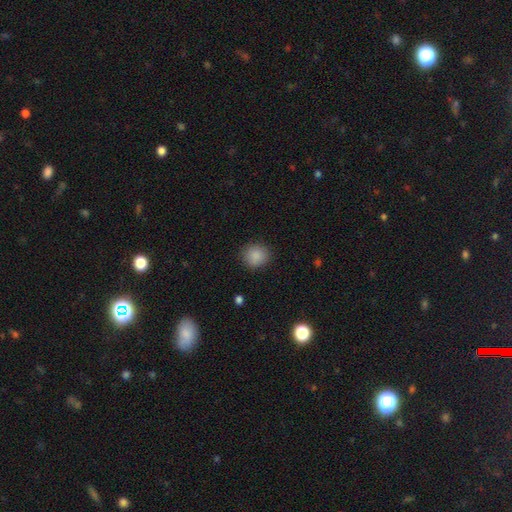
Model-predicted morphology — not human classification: smooth_or_featured: smooth (p=0.88) [alt: star or artifact p=0.09]
how_rounded: round (p=0.87) [alt: in between p=0.12]
merging: none (p=0.88) [alt: minor disturbance p=0.08]